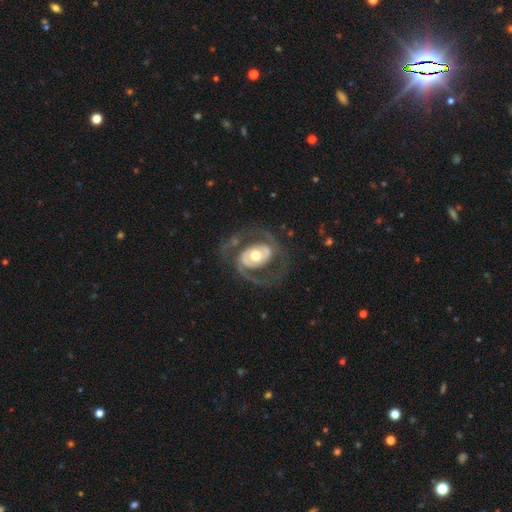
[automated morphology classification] Smooth or featured? Predicted: featured or disk (p=0.84). Edge-on disk? Predicted: no (p=0.97). Bar? Predicted: no (p=0.55). Spiral arms? Predicted: yes (p=0.82). Spiral winding? Predicted: medium (p=0.48). Spiral arm count? Predicted: 2 (p=0.83). Bulge size? Predicted: moderate (p=0.67). Merging? Predicted: none (p=0.65).